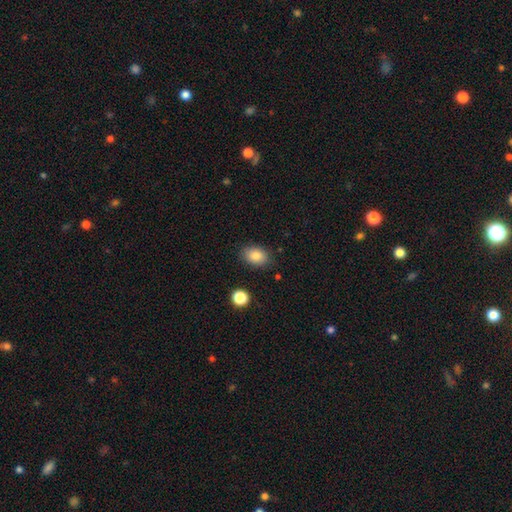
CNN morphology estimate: Smooth or featured?
  - smooth: 83% *
  - star or artifact: 9%
  - featured or disk: 8%
How rounded?
  - in between: 78% *
  - round: 21%
  - cigar-shaped: 1%
Merging?
  - none: 84% *
  - minor disturbance: 11%
  - major disturbance: 3%
  - merger: 2%